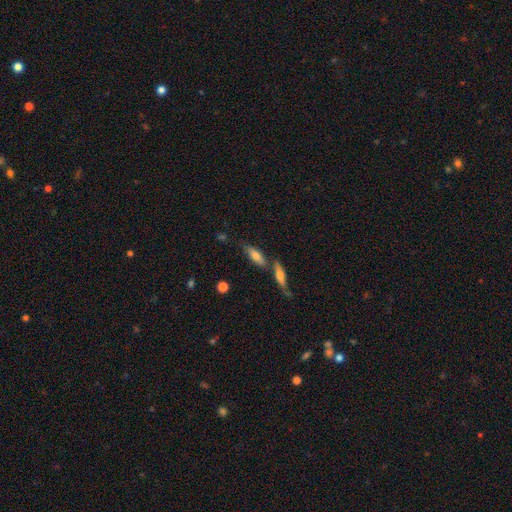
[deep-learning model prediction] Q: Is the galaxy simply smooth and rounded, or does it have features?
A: smooth — 69%.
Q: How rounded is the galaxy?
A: in between — 59%.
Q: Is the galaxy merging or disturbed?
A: none — 59%.